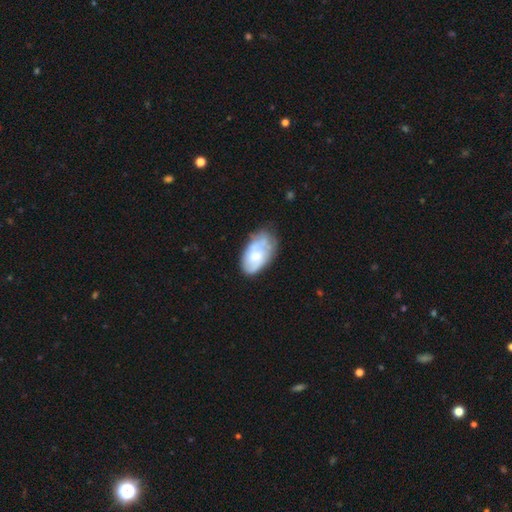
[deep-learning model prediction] A smooth galaxy with no disk features (49%). Merging: none (47%).